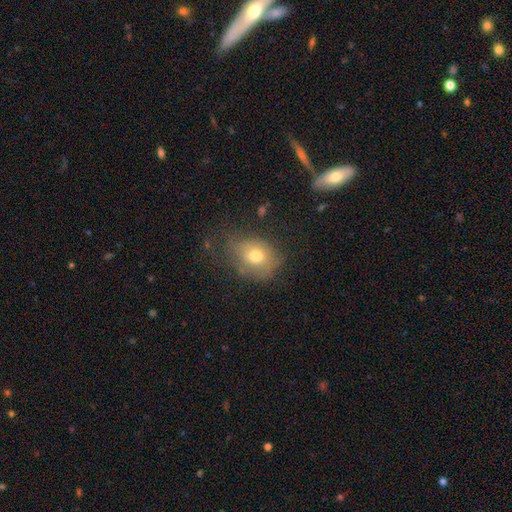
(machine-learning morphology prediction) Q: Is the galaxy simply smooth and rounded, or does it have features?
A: smooth — 71%.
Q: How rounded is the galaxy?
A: in between — 53%.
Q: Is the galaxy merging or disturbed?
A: none — 52%.